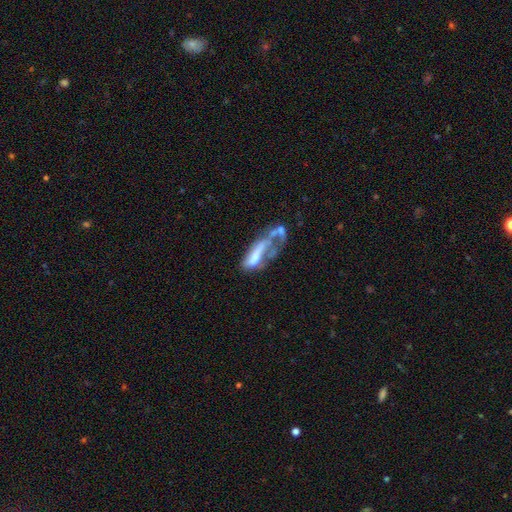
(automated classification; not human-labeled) The model was most divided on "smooth or featured": featured or disk: 48%, smooth: 41%, star or artifact: 10%. Remaining: merging — major disturbance (43%).